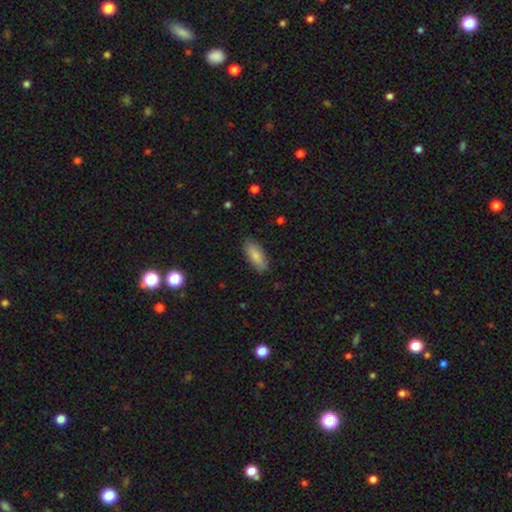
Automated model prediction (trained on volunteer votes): A smooth galaxy with no disk features (83%) that is in between round and cigar-shaped (80%). Merging: none (84%).